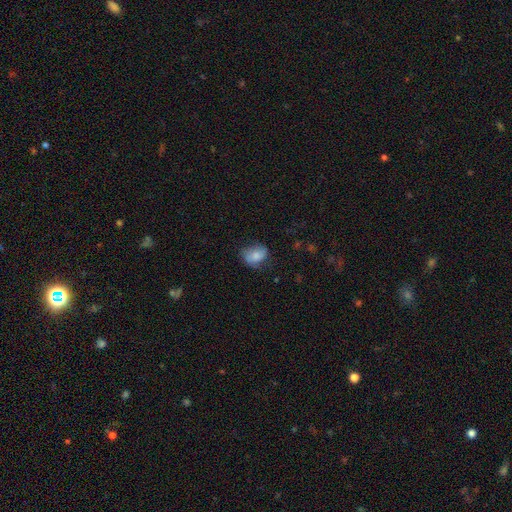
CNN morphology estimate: Smooth or featured?
  - smooth: 77% *
  - featured or disk: 15%
  - star or artifact: 8%
How rounded?
  - in between: 70% *
  - round: 29%
  - cigar-shaped: 1%
Merging?
  - none: 58% *
  - minor disturbance: 29%
  - major disturbance: 11%
  - merger: 1%